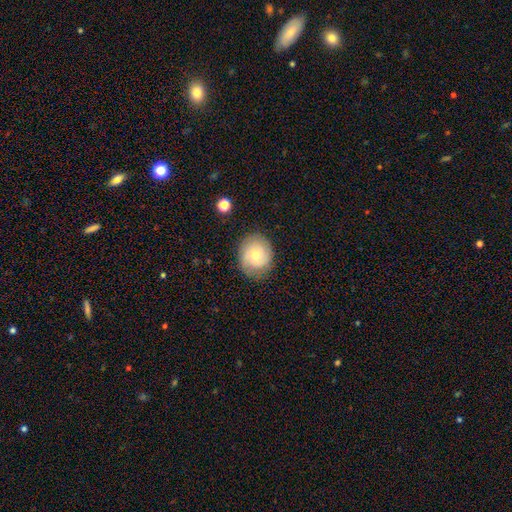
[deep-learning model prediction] A smooth galaxy with no disk features (54%) that is round (75%).

Vote fractions:
- Smooth or featured? smooth: 54% / featured or disk: 37% / star or artifact: 9%
- How rounded? round: 75% / in between: 24% / cigar-shaped: 1%
- Merging? none: 81% / minor disturbance: 14% / major disturbance: 4% / merger: 1%